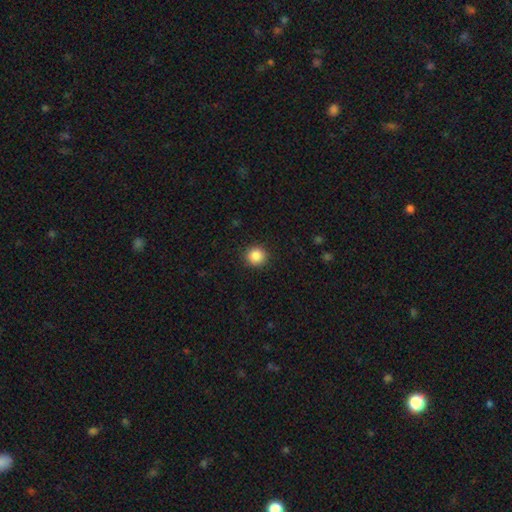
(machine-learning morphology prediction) The model was most divided on "smooth or featured": smooth: 87%, star or artifact: 10%, featured or disk: 4%. More confident: how rounded — round (94%); merging — none (92%).